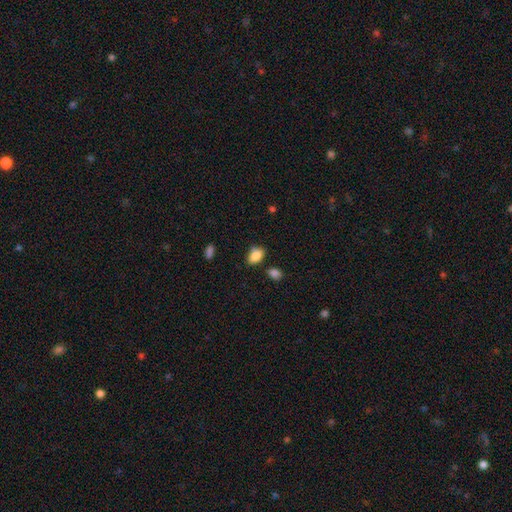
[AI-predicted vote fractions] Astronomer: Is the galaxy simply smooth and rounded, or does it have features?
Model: smooth — 86%.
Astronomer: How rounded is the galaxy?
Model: in between — 84%.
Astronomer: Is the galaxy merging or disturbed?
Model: none — 67%.